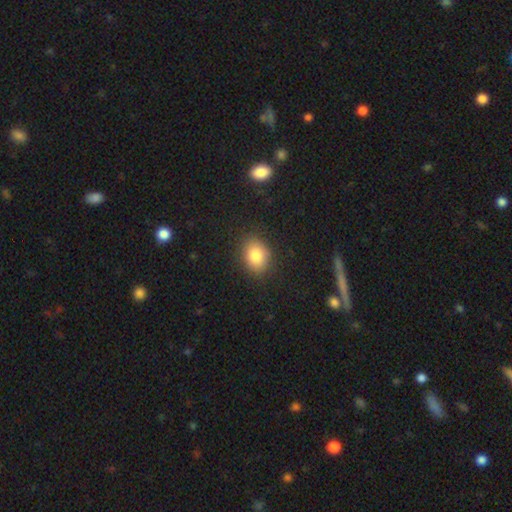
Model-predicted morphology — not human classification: smooth 83%, star or artifact 10%, featured or disk 7%. Down the decision tree: how rounded — in between (60%); merging — none (86%).